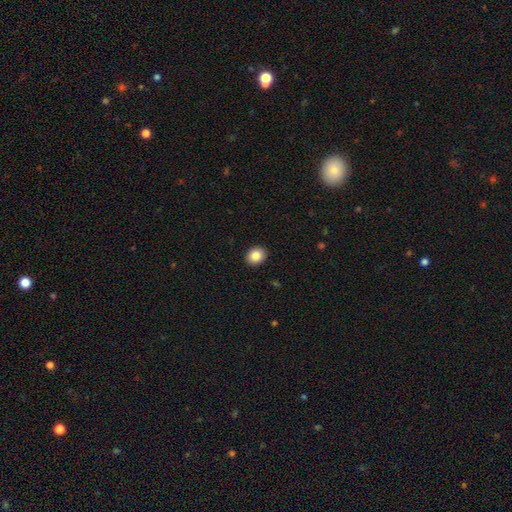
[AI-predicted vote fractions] This appears to be a smooth galaxy with no disk features (86%) that is round (57%). Merging: none (92%).